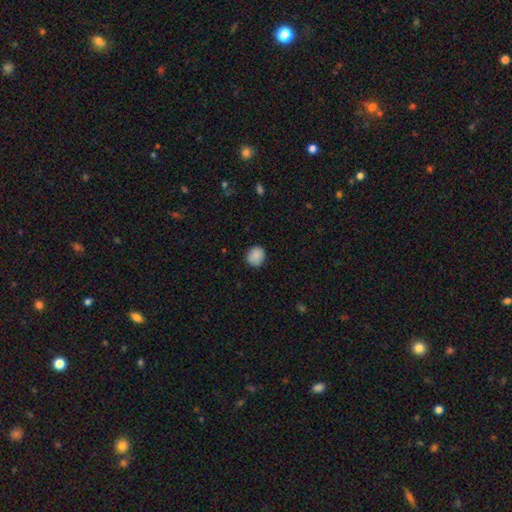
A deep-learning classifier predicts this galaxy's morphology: A smooth galaxy with no disk features (87%) that is round (83%). Merging: none (84%).